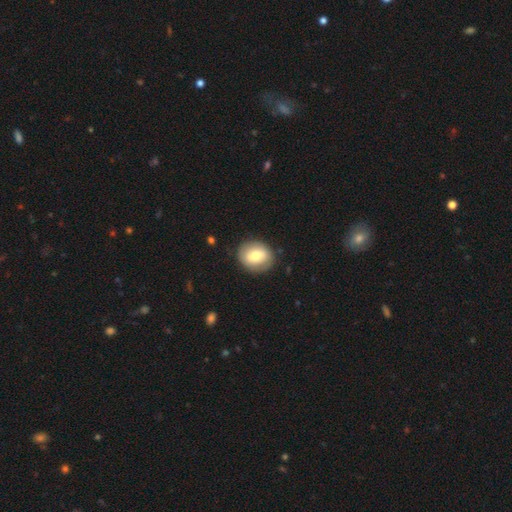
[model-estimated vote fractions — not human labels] The model was most divided on "how rounded": round: 66%, in between: 34%, cigar-shaped: 1%. More confident: merging — none (85%); smooth or featured — smooth (66%).